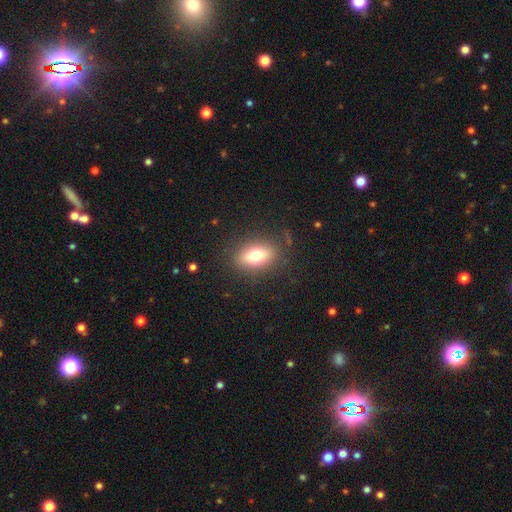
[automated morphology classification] A smooth galaxy with no disk features (74%) that is in between round and cigar-shaped (80%).

Vote fractions:
- Smooth or featured? smooth: 74% / featured or disk: 16% / star or artifact: 10%
- How rounded? in between: 80% / round: 15% / cigar-shaped: 5%
- Merging? none: 84% / minor disturbance: 10% / major disturbance: 4% / merger: 1%